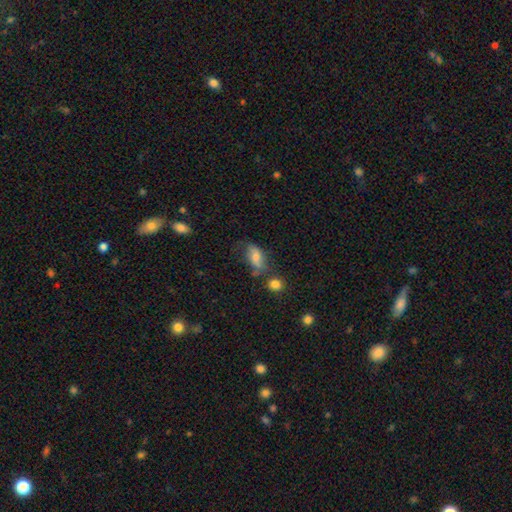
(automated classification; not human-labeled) Morphology: type=smooth (63%); roundness=in between (84%); merging=none (49%).